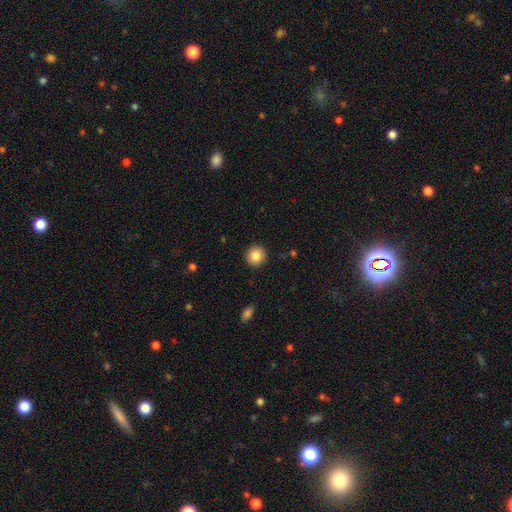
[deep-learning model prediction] Q: Smooth or featured?
A: smooth (85%); runner-up: star or artifact (9%)
Q: How rounded?
A: round (92%); runner-up: in between (7%)
Q: Merging?
A: none (92%); runner-up: minor disturbance (5%)